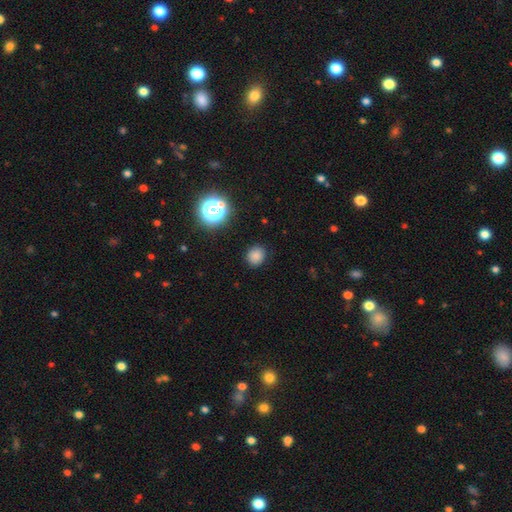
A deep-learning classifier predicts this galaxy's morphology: smooth 80%, star or artifact 16%, featured or disk 5%. Down the decision tree: how rounded — round (75%); merging — none (87%).